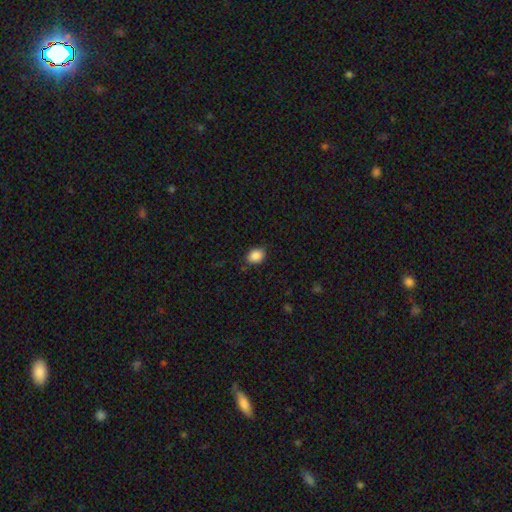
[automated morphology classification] smooth_or_featured: smooth (p=0.88) [alt: star or artifact p=0.09]
how_rounded: in between (p=0.60) [alt: round p=0.39]
merging: none (p=0.83) [alt: minor disturbance p=0.13]